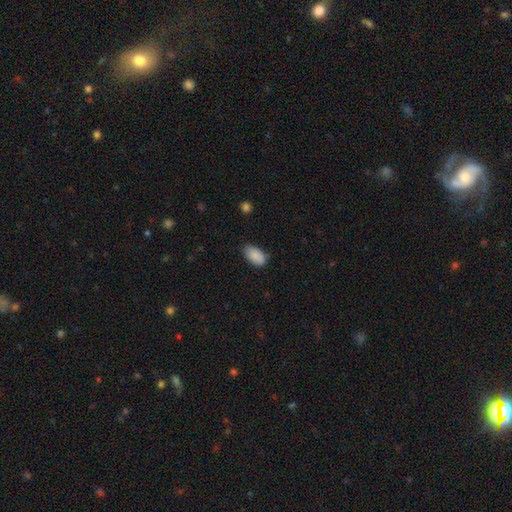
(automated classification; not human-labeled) Overall: smooth (88%). How rounded: in between (94%). Merging: none (74%).